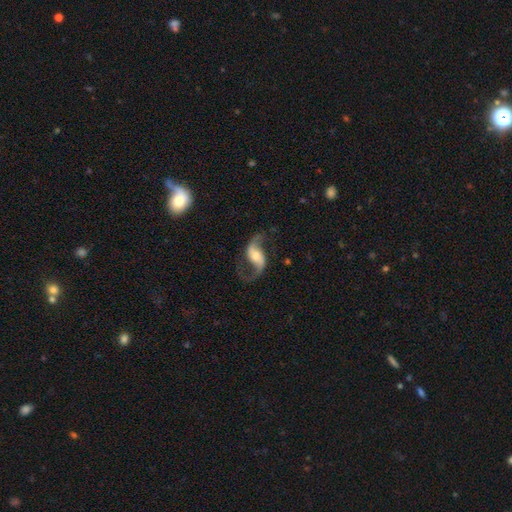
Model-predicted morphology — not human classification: This appears to be a featured or disk galaxy (87%) with a weak bar (37%), 2 (93%) loose (81%) spiral arms (96%) and a moderate central bulge (52%). Merging: none (74%).